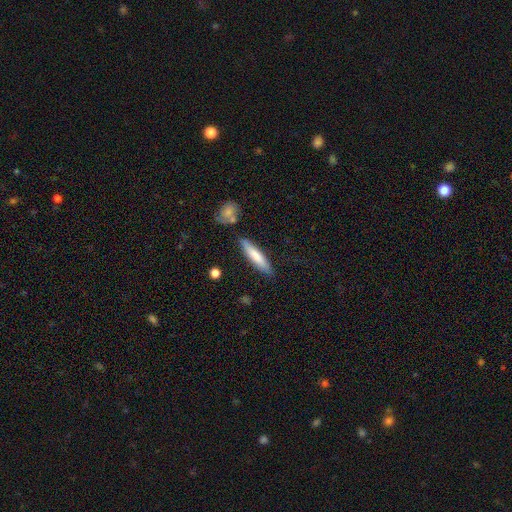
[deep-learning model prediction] Morphology: type=smooth (74%); roundness=cigar-shaped (85%); merging=none (82%).